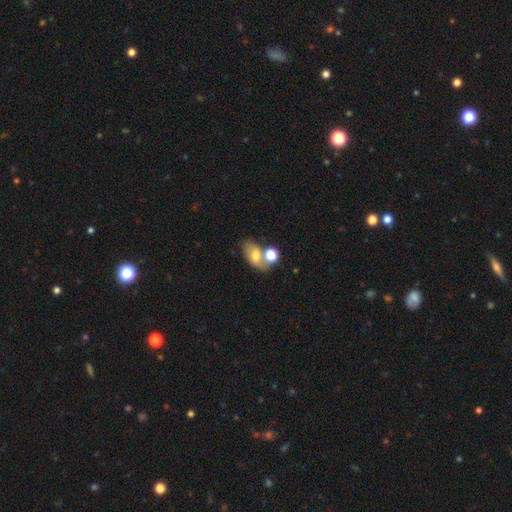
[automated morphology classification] smooth-or-featured: smooth: 67% | featured or disk: 23% | star or artifact: 11%
  how-rounded: in between: 81% | round: 16% | cigar-shaped: 3%
  merging: merger: 41% | none: 39% | minor disturbance: 13% | major disturbance: 7%